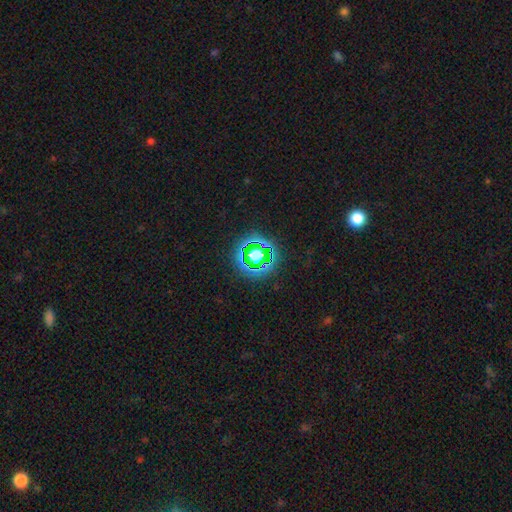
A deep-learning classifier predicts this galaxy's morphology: Q: Smooth or featured?
A: star or artifact (53%); runner-up: smooth (32%)